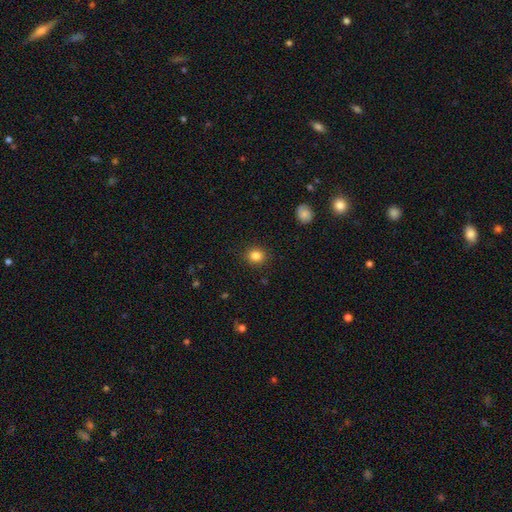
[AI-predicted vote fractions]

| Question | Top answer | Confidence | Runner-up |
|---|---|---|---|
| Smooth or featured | smooth | 84% | star or artifact (11%) |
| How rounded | round | 85% | in between (14%) |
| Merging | none | 90% | minor disturbance (7%) |